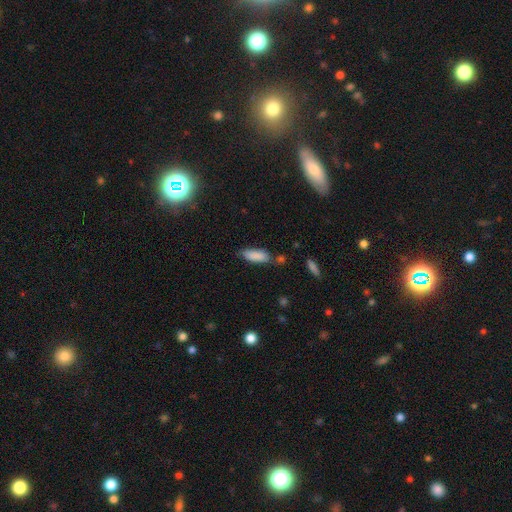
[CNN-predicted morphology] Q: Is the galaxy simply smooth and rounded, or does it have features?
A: smooth — 86%.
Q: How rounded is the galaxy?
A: in between — 66%.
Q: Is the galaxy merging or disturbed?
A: none — 64%.